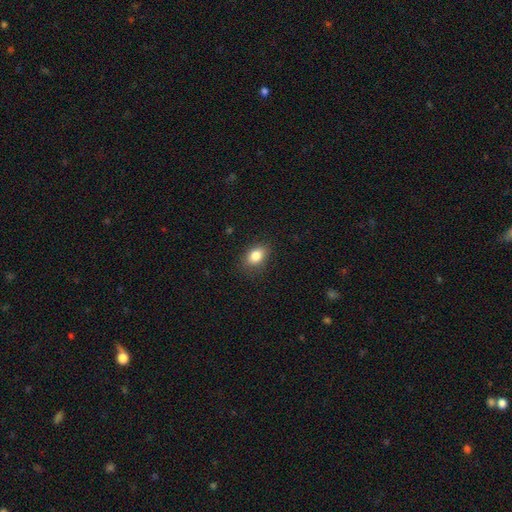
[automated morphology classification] Smooth or featured? Predicted: smooth (p=0.84). How rounded? Predicted: in between (p=0.80). Merging? Predicted: none (p=0.84).